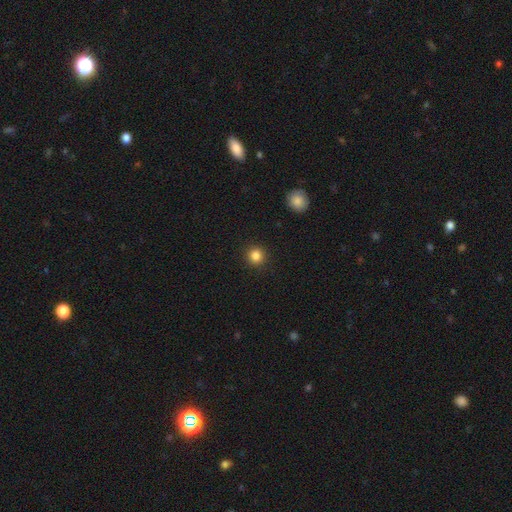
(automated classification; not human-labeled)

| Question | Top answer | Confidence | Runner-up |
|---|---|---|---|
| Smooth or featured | smooth | 84% | star or artifact (12%) |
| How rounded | round | 93% | in between (6%) |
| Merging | none | 92% | minor disturbance (5%) |